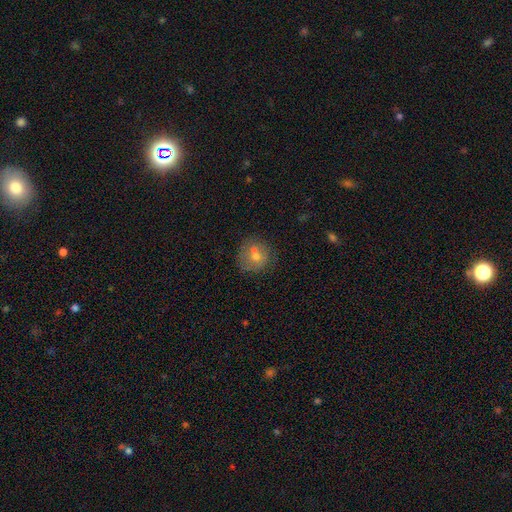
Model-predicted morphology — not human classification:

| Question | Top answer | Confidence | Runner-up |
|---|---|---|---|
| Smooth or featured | smooth | 64% | featured or disk (25%) |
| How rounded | round | 86% | in between (14%) |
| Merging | none | 51% | merger (33%) |